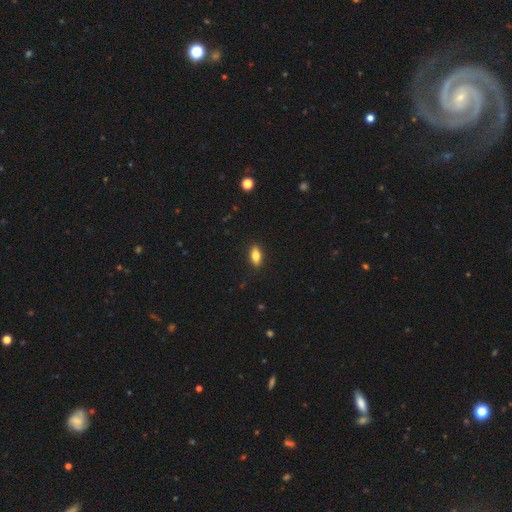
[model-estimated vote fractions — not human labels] smooth 74%, featured or disk 19%, star or artifact 7%. Down the decision tree: how rounded — in between (80%); merging — none (88%).